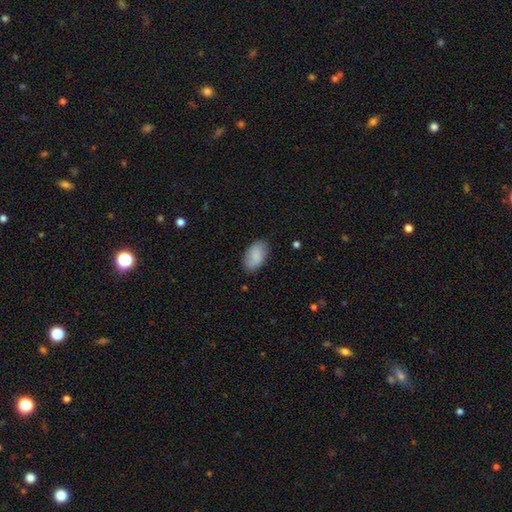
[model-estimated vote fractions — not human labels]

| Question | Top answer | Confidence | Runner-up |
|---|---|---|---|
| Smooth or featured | smooth | 87% | featured or disk (7%) |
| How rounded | in between | 94% | round (5%) |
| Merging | none | 81% | minor disturbance (14%) |